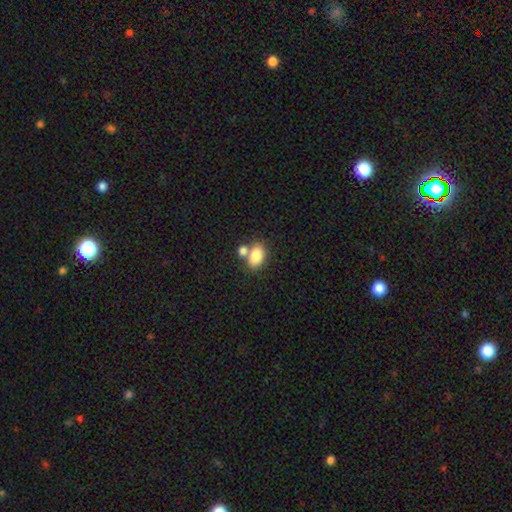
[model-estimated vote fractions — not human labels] Morphology: type=smooth (82%); roundness=in between (83%); merging=none (50%).